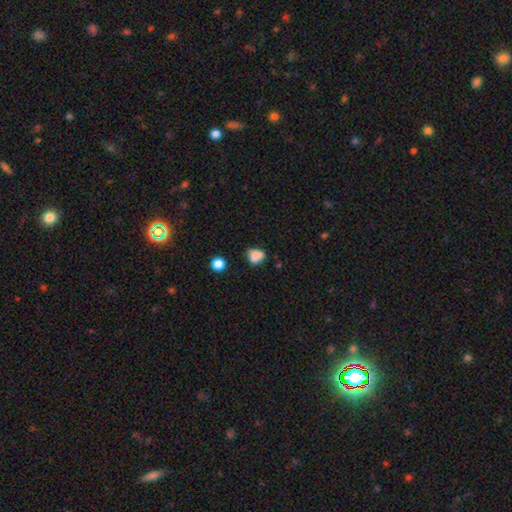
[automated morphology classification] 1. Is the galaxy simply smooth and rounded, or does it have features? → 75% smooth, 13% featured or disk, 12% star or artifact.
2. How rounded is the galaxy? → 50% round, 48% in between, 1% cigar-shaped.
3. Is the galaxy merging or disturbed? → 47% none, 28% minor disturbance, 15% merger, 11% major disturbance.